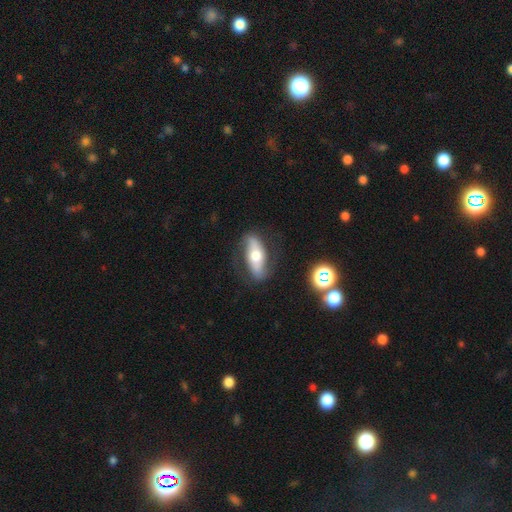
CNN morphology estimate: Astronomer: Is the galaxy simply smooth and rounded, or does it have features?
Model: featured or disk — 52% (runner-up: smooth, 41%).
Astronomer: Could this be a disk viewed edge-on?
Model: no — 63%.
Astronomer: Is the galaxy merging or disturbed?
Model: none — 77%.